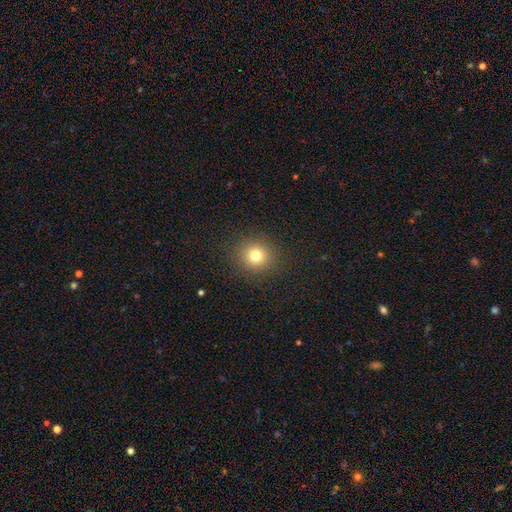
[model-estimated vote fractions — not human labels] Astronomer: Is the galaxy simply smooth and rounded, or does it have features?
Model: smooth — 77%.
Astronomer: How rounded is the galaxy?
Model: round — 90%.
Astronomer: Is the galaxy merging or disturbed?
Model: none — 90%.